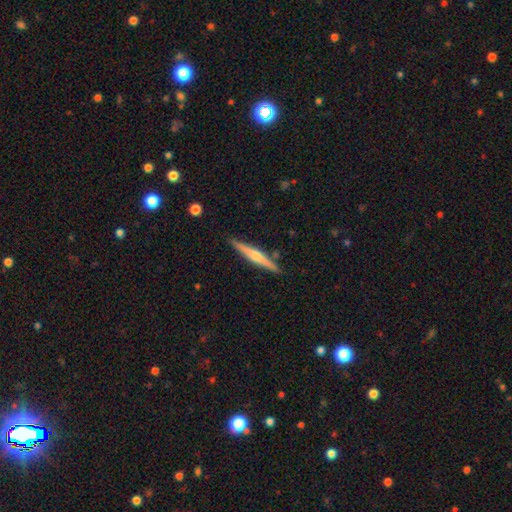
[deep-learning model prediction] This is likely a featured or disk galaxy (64%). It is clearly viewed edge-on (98%). Edge-on bulge: likely rounded (79%). Merging: clearly none (88%).